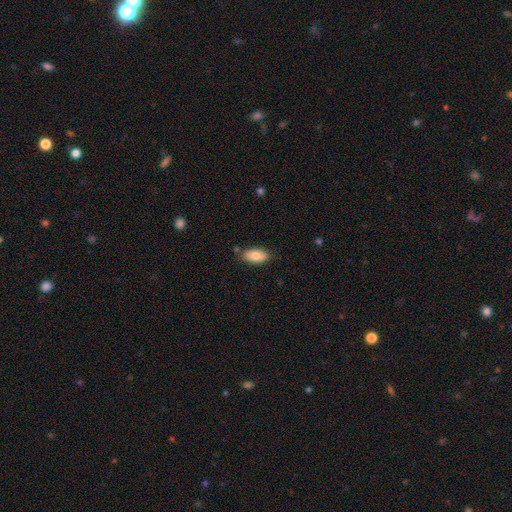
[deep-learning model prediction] The model was most divided on "merging": none: 80%, minor disturbance: 14%, merger: 3%, major disturbance: 2%. More confident: how rounded — in between (91%); smooth or featured — smooth (83%).